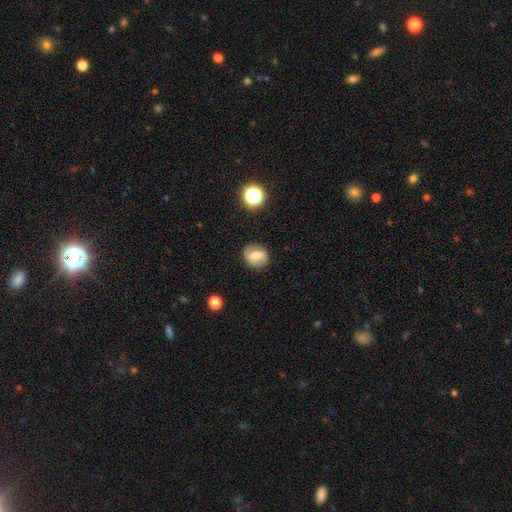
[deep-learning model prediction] Smooth or featured? smooth (50%)
Merging? none (79%)